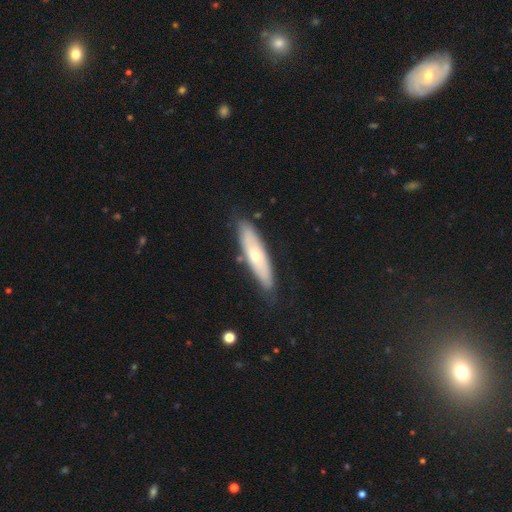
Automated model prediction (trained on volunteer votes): Smooth or featured? Predicted: smooth (p=0.52). How rounded? Predicted: cigar-shaped (p=0.70). Merging? Predicted: none (p=0.80).